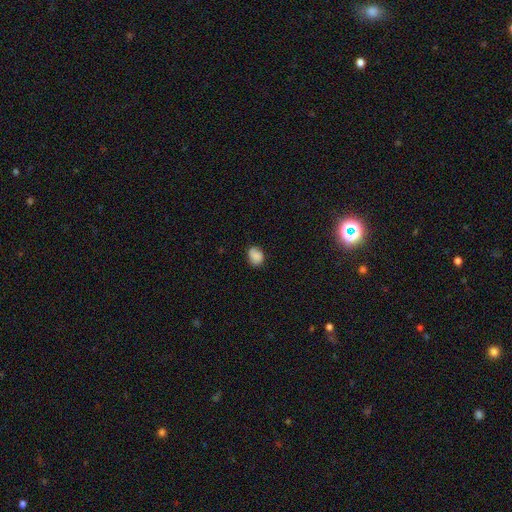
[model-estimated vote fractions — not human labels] Q: Smooth or featured?
A: smooth (84%); runner-up: star or artifact (9%)
Q: How rounded?
A: round (50%); runner-up: in between (49%)
Q: Merging?
A: none (72%); runner-up: minor disturbance (22%)